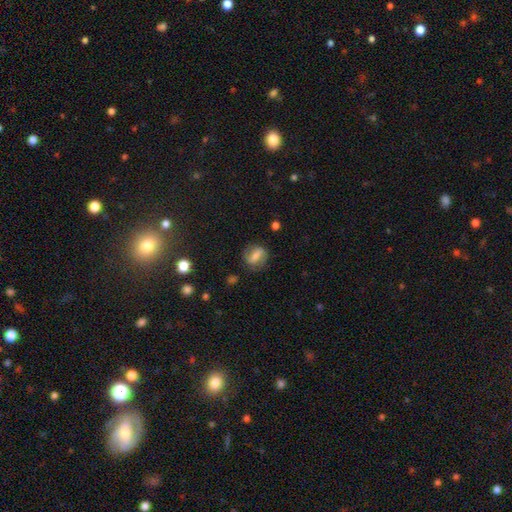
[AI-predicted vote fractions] Smooth or featured?
  - smooth: 46% *
  - featured or disk: 45%
  - star or artifact: 9%
Merging?
  - none: 73% *
  - minor disturbance: 17%
  - major disturbance: 8%
  - merger: 2%